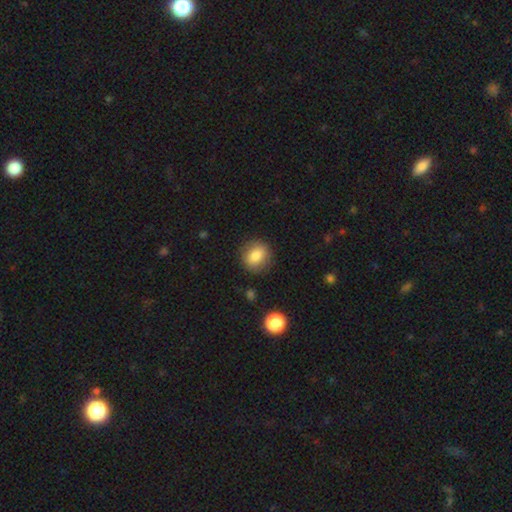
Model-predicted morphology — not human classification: This is clearly a smooth galaxy (83%). How rounded: likely round (76%). Merging: clearly none (86%).